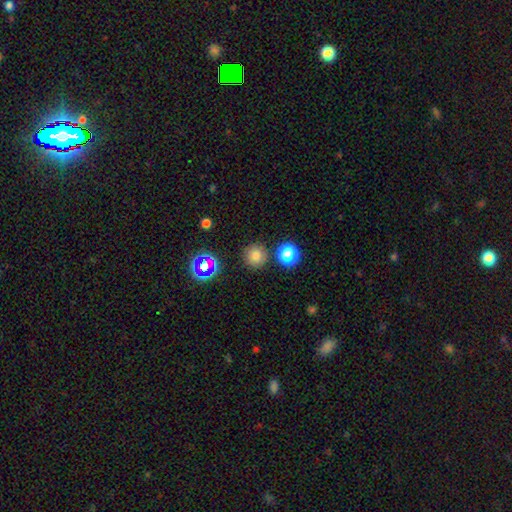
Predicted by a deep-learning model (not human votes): Q: Smooth or featured?
A: smooth (75%); runner-up: star or artifact (17%)
Q: How rounded?
A: round (95%); runner-up: in between (4%)
Q: Merging?
A: none (86%); runner-up: minor disturbance (7%)